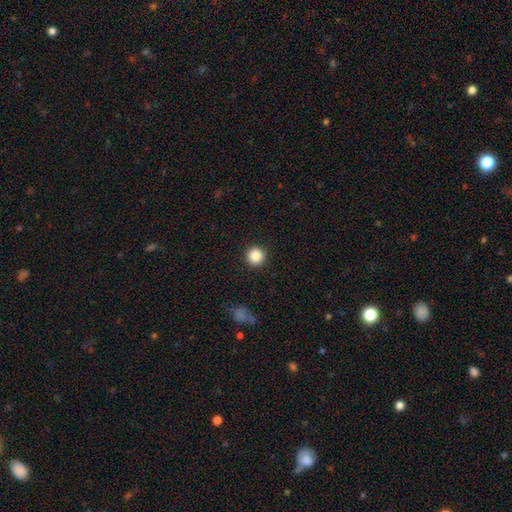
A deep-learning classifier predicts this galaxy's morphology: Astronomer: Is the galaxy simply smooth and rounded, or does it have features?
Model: smooth — 86%.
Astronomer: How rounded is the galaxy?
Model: round — 96%.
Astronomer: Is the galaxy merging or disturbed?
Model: none — 93%.